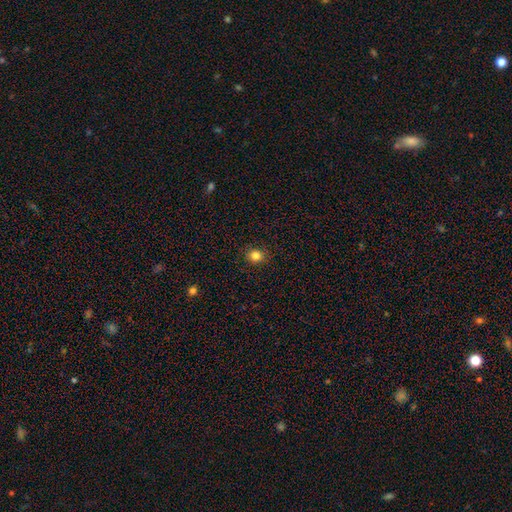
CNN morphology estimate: This appears to be a smooth galaxy with no disk features (83%) that is round (77%). Merging: none (90%).